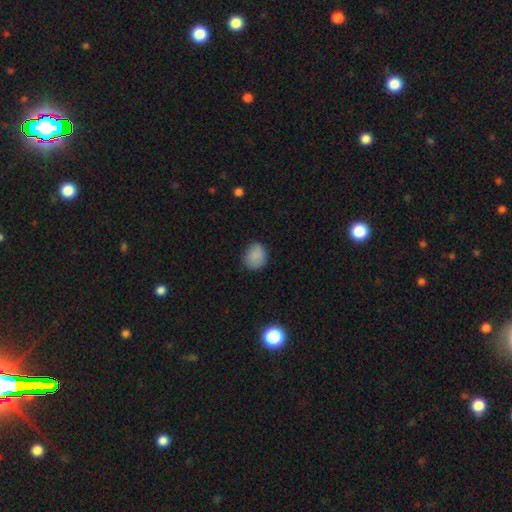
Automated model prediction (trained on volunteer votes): A smooth galaxy with no disk features (85%) that is round (66%). Merging: none (77%).